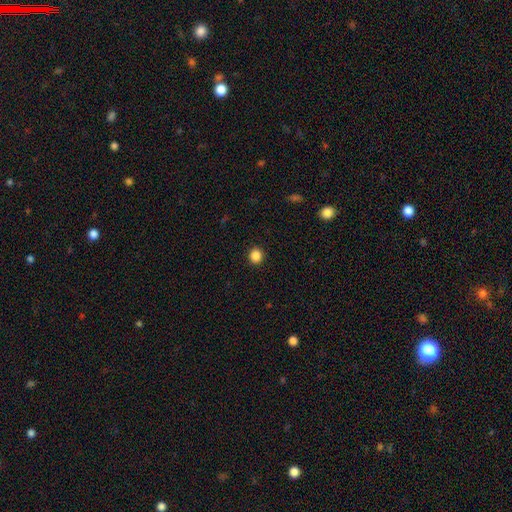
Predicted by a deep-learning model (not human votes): Morphology: type=smooth (87%); roundness=round (87%); merging=none (92%).